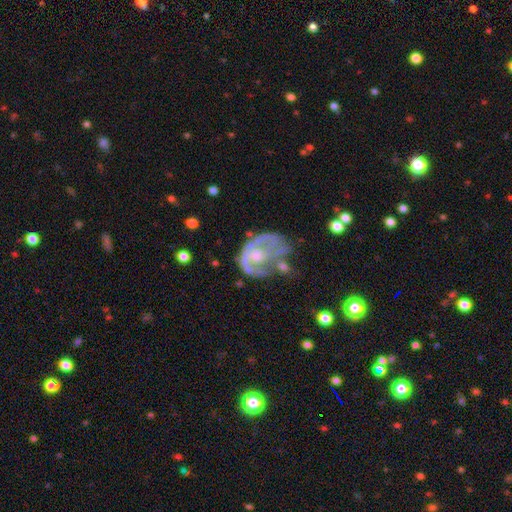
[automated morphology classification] Smooth or featured? featured or disk (75%)
Edge-on disk? no (97%)
Bar? no (77%)
Spiral arms? yes (62%)
Bulge size? moderate (51%)
Merging? major disturbance (34%)